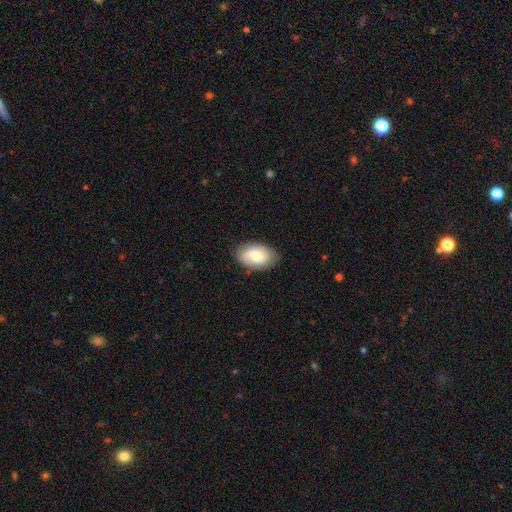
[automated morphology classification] Smooth or featured: smooth — 55% (featured or disk — 38%)
How rounded: in between — 89% (round — 10%)
Merging: none — 81% (minor disturbance — 15%)